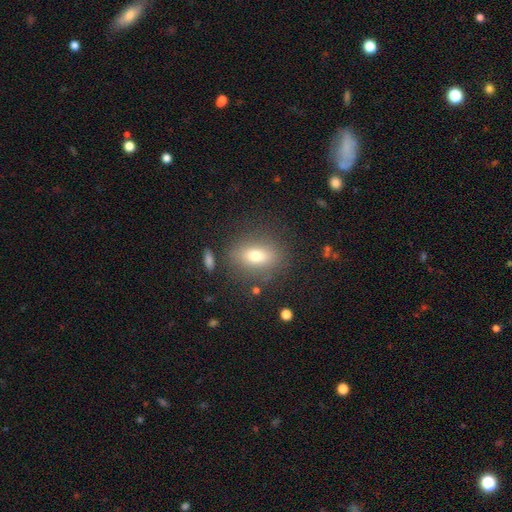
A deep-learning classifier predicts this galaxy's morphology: Smooth or featured? Predicted: smooth (p=0.70). How rounded? Predicted: in between (p=0.69). Merging? Predicted: none (p=0.81).